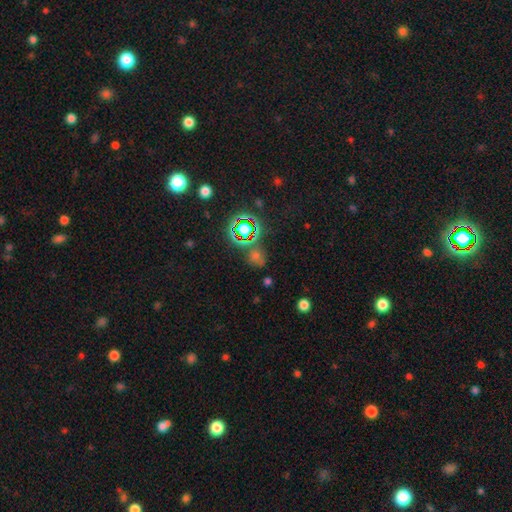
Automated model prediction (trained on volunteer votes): This is likely a star or artifact rather than a galaxy (61%).